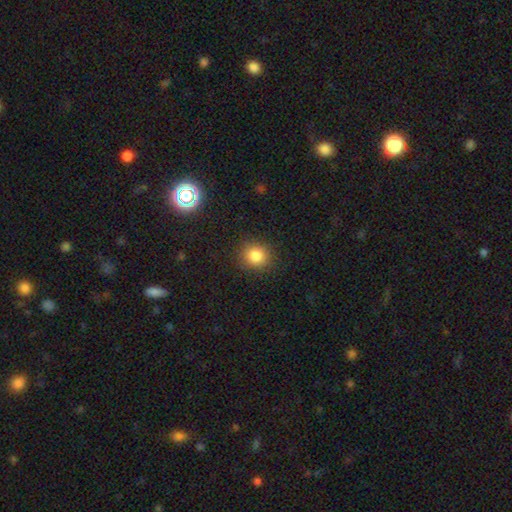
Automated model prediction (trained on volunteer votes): Morphology: type=smooth (84%); roundness=round (86%); merging=none (88%).